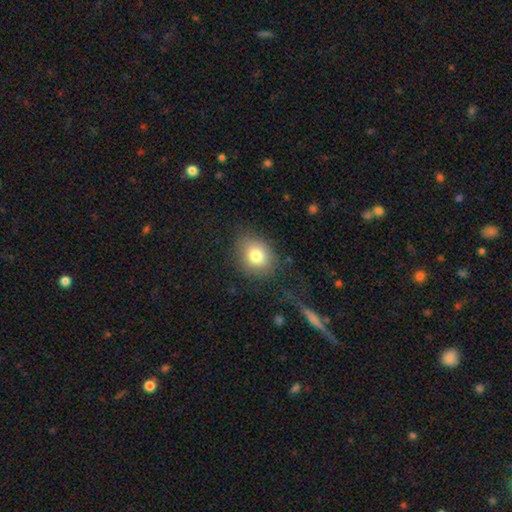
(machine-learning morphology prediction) Smooth or featured? Predicted: smooth (p=0.79). How rounded? Predicted: round (p=0.54). Merging? Predicted: none (p=0.77).